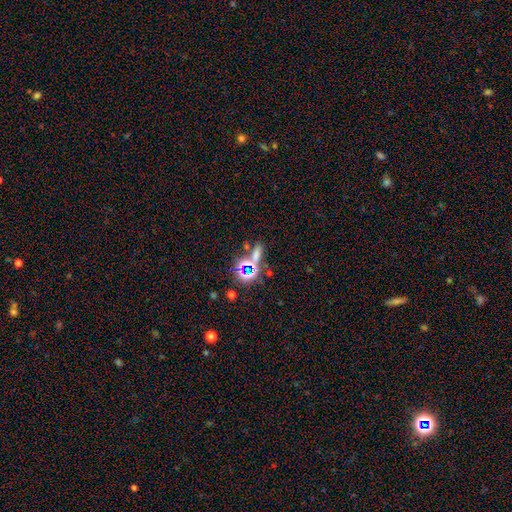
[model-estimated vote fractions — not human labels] The model was most divided on "smooth or featured": star or artifact: 46%, smooth: 42%, featured or disk: 12%.